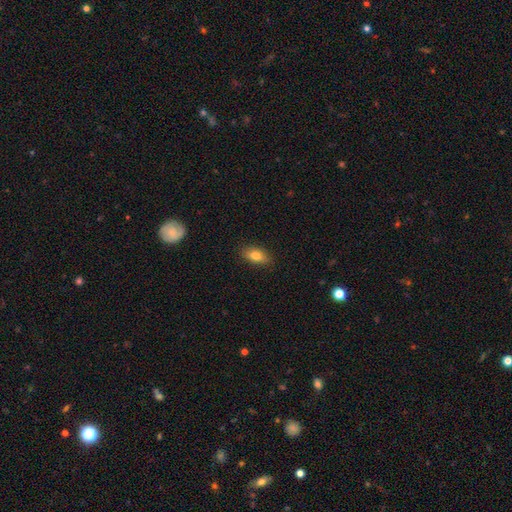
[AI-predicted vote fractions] smooth-or-featured: smooth: 78% | featured or disk: 14% | star or artifact: 8%
  how-rounded: in between: 83% | cigar-shaped: 11% | round: 6%
  merging: none: 87% | minor disturbance: 10% | major disturbance: 2% | merger: 1%